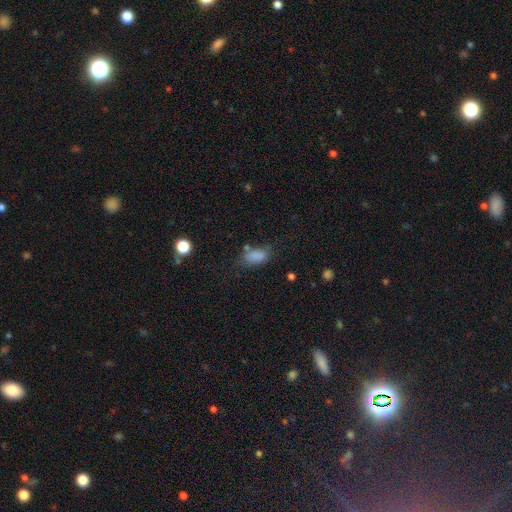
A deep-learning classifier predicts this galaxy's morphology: Smooth or featured: smooth — 81% (star or artifact — 11%)
How rounded: in between — 90% (round — 7%)
Merging: none — 57% (minor disturbance — 25%)